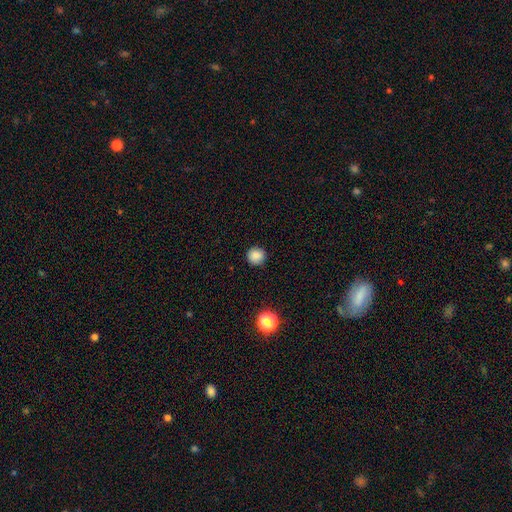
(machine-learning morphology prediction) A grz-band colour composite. It shows a smooth galaxy with no disk features (86%) that is round (91%). Merging: none (89%).